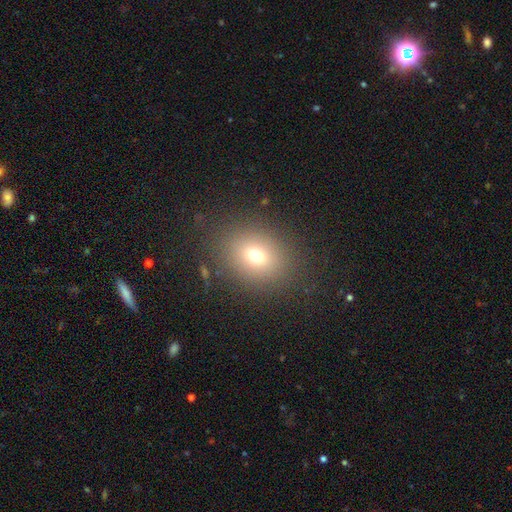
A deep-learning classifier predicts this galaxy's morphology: Q: Smooth or featured?
A: smooth (70%); runner-up: star or artifact (17%)
Q: How rounded?
A: round (53%); runner-up: in between (46%)
Q: Merging?
A: none (83%); runner-up: minor disturbance (9%)